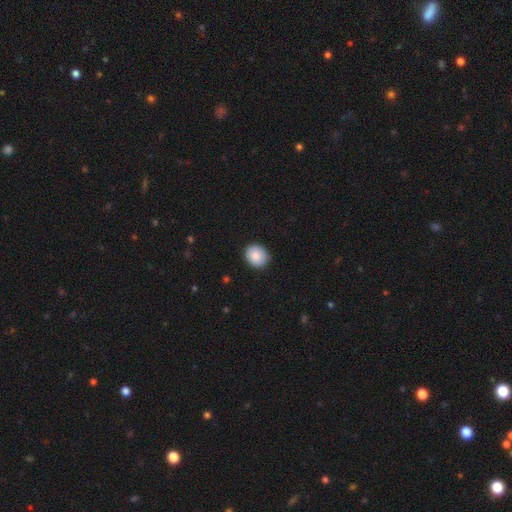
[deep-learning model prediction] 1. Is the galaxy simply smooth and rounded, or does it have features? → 83% smooth, 10% featured or disk, 8% star or artifact.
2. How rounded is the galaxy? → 77% round, 23% in between, 1% cigar-shaped.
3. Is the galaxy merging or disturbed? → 89% none, 9% minor disturbance, 2% major disturbance, 1% merger.